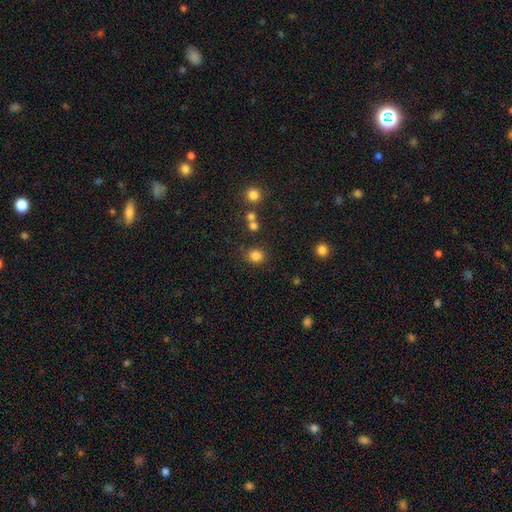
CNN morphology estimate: smooth 83%, star or artifact 13%, featured or disk 5%. Down the decision tree: how rounded — round (77%); merging — none (82%).